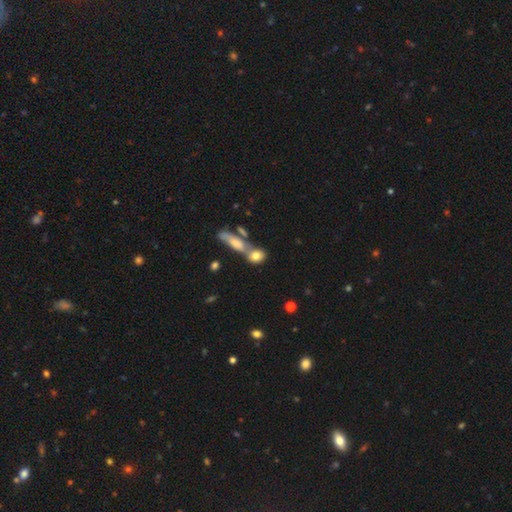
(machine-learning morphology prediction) The model was most divided on "merging": merger: 43%, none: 41%, minor disturbance: 11%, major disturbance: 5%. Remaining: smooth or featured — smooth (76%); how rounded — in between (49%).